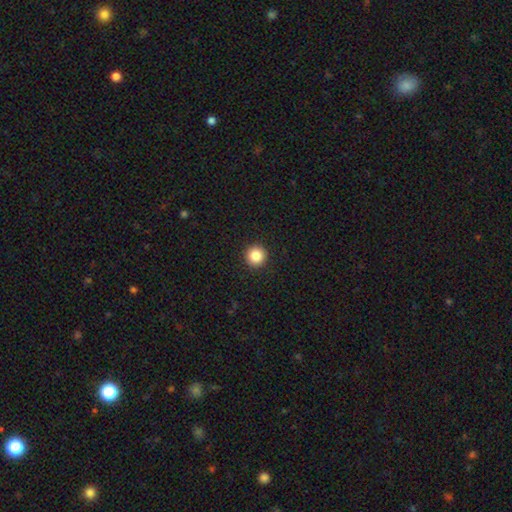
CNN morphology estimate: smooth 86%, star or artifact 10%, featured or disk 4%. Down the decision tree: how rounded — round (96%); merging — none (93%).